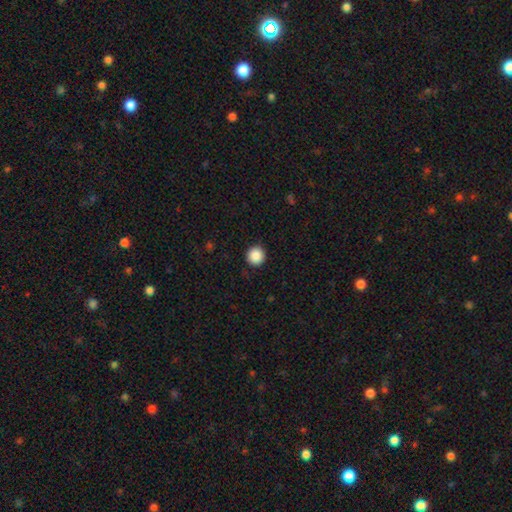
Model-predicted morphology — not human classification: Smooth or featured? Predicted: smooth (p=0.88). How rounded? Predicted: round (p=0.95). Merging? Predicted: none (p=0.91).